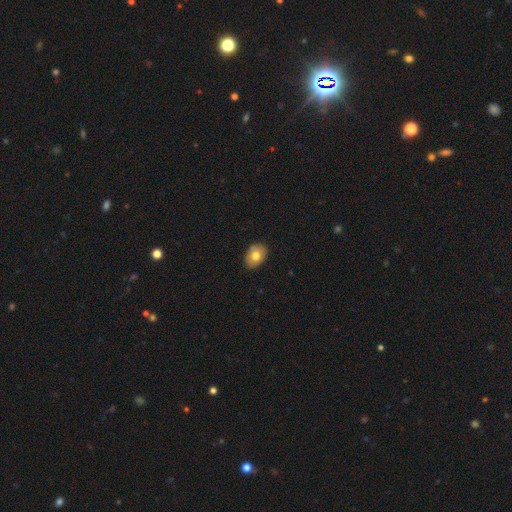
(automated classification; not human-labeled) Q: Smooth or featured?
A: smooth (75%); runner-up: featured or disk (18%)
Q: How rounded?
A: in between (76%); runner-up: round (23%)
Q: Merging?
A: none (86%); runner-up: minor disturbance (11%)